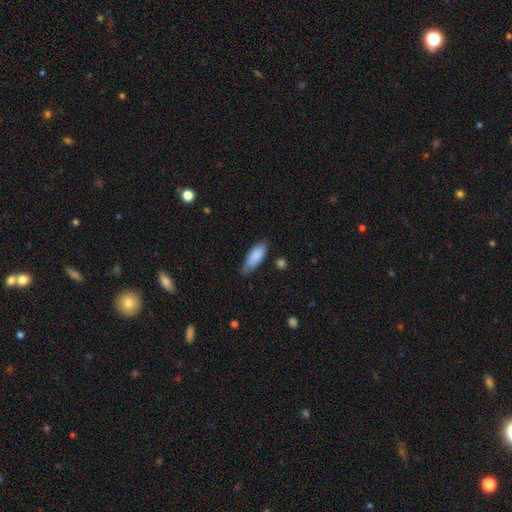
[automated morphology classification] This appears to be a smooth galaxy with no disk features (86%) that is in between round and cigar-shaped (70%). Merging: none (62%).